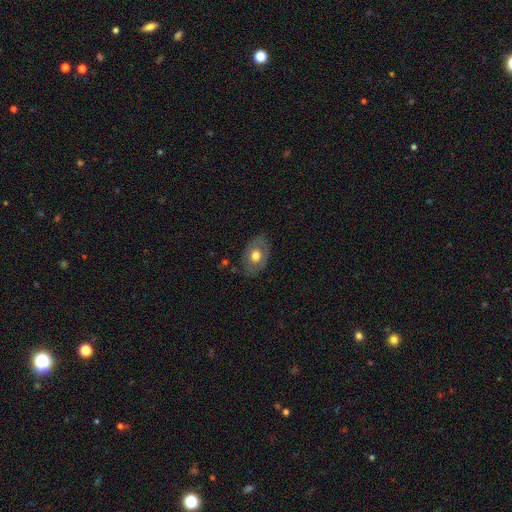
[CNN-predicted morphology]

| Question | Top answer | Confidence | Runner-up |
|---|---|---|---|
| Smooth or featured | smooth | 58% | featured or disk (35%) |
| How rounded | in between | 77% | round (22%) |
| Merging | none | 81% | minor disturbance (14%) |